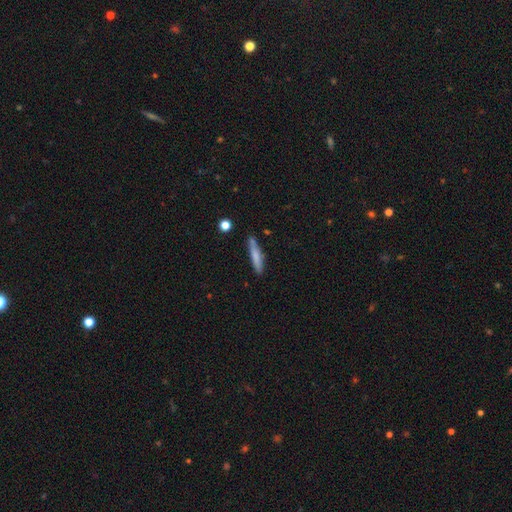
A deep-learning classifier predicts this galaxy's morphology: This is likely a smooth galaxy (72%). How rounded: clearly cigar-shaped (90%). Merging: likely none (79%).